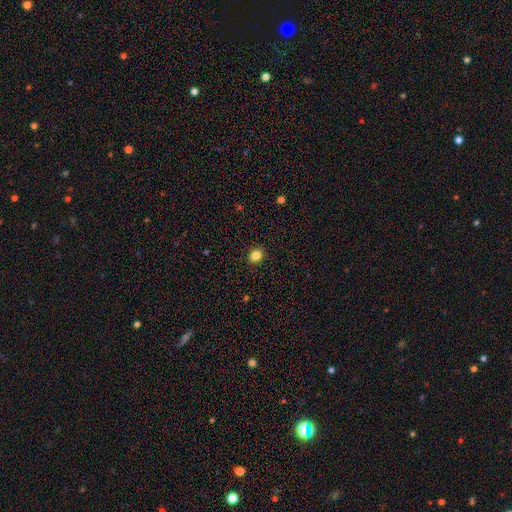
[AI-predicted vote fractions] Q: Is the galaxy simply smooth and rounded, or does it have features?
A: smooth — 84%.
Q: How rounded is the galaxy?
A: round — 62%.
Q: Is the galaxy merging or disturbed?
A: none — 91%.